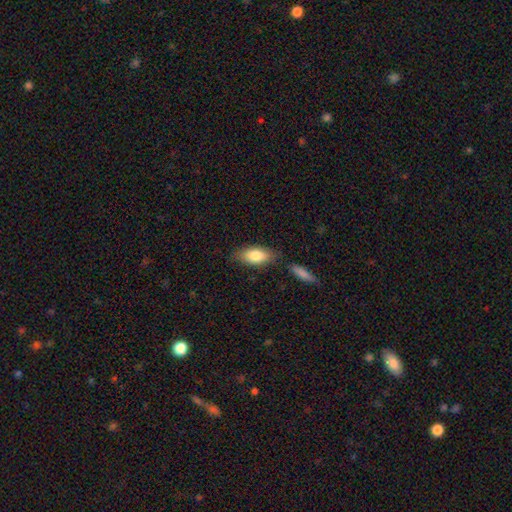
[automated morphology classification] A smooth galaxy with no disk features (81%) that is in between round and cigar-shaped (86%).

Vote fractions:
- Smooth or featured? smooth: 81% / featured or disk: 13% / star or artifact: 6%
- How rounded? in between: 86% / cigar-shaped: 11% / round: 3%
- Merging? none: 74% / minor disturbance: 15% / merger: 8% / major disturbance: 4%